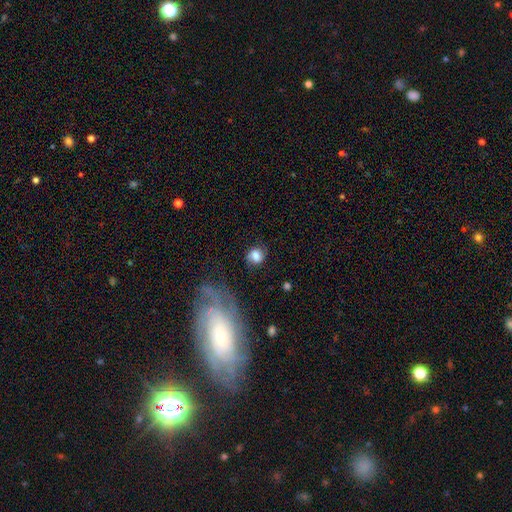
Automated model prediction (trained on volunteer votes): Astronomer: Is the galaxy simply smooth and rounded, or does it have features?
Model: smooth — 73%.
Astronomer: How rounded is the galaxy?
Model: round — 68%.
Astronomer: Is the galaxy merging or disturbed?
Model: none — 64%.